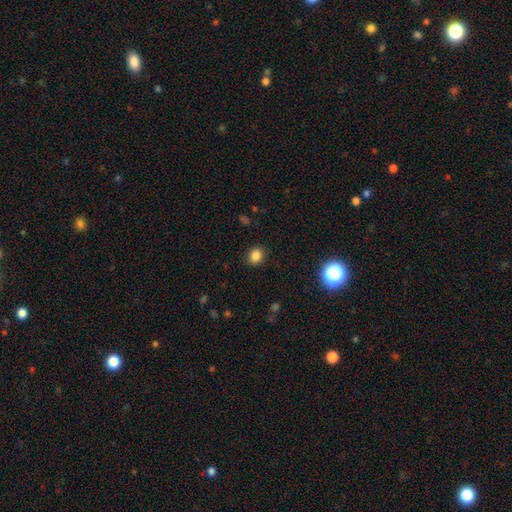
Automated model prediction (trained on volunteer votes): smooth-or-featured: smooth: 83% | star or artifact: 12% | featured or disk: 5%
  how-rounded: round: 64% | in between: 35% | cigar-shaped: 1%
  merging: none: 89% | minor disturbance: 8% | major disturbance: 3% | merger: 1%